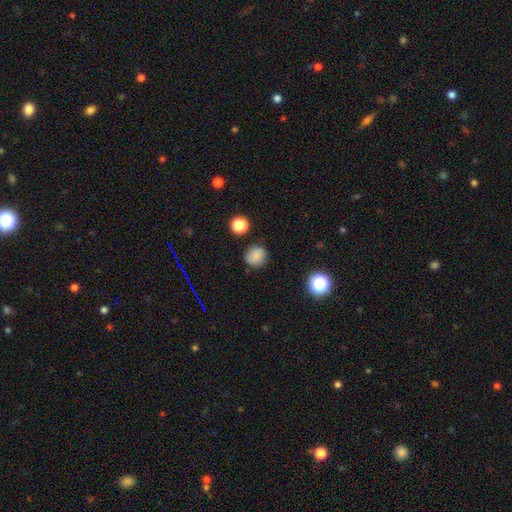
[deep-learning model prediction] smooth-or-featured: smooth: 79% | star or artifact: 13% | featured or disk: 8%
  how-rounded: round: 86% | in between: 13% | cigar-shaped: 1%
  merging: none: 80% | minor disturbance: 14% | major disturbance: 3% | merger: 3%